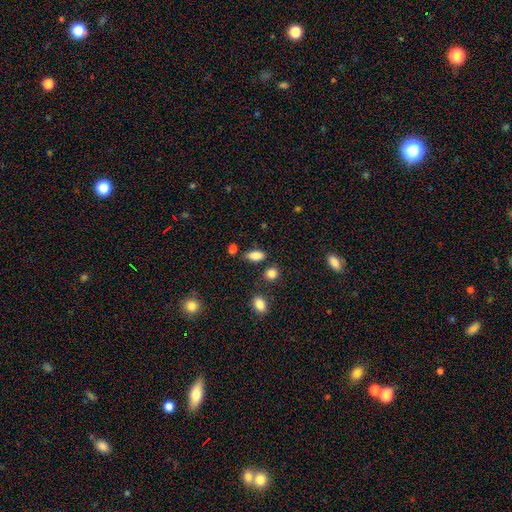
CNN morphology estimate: Smooth or featured? smooth (85%)
How rounded? in between (87%)
Merging? none (76%)